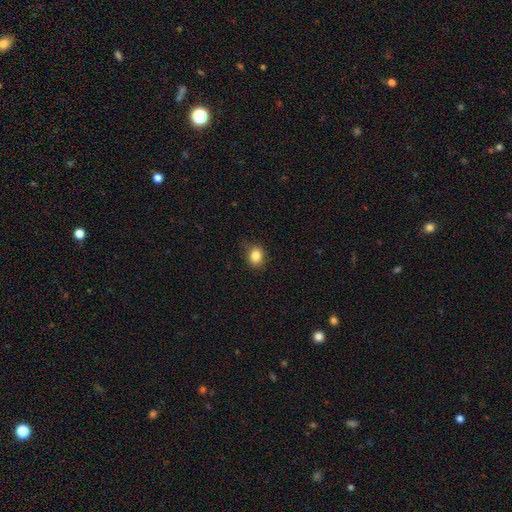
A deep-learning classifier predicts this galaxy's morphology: This is clearly a smooth galaxy (85%). How rounded: possibly round (59%). Merging: clearly none (81%).